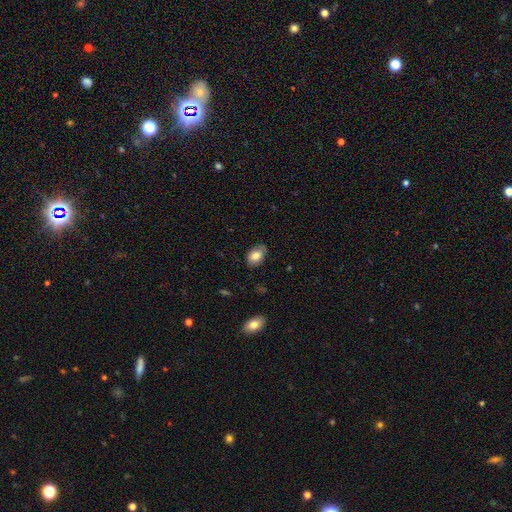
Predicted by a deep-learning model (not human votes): smooth-or-featured: smooth: 79% | featured or disk: 13% | star or artifact: 8%
  how-rounded: in between: 85% | round: 13% | cigar-shaped: 1%
  merging: none: 78% | minor disturbance: 18% | major disturbance: 3% | merger: 1%